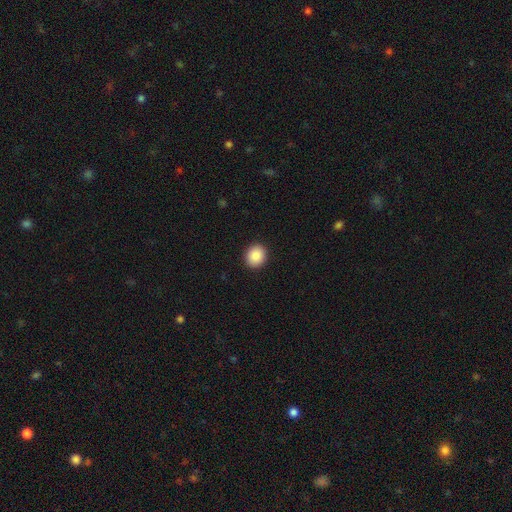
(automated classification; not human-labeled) Smooth or featured? smooth (88%)
How rounded? round (76%)
Merging? none (92%)